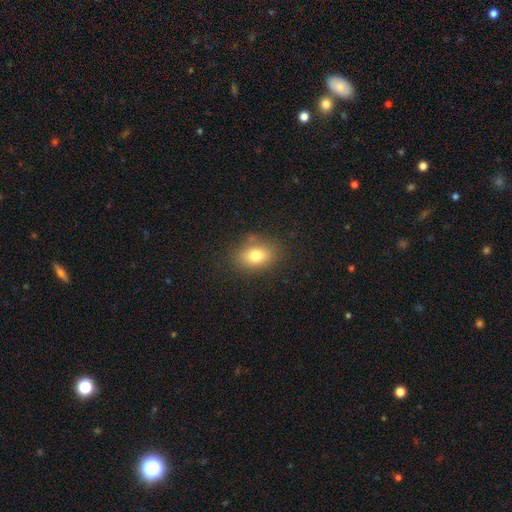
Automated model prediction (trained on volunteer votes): smooth_or_featured: smooth (p=0.77) [alt: featured or disk p=0.12]
how_rounded: in between (p=0.68) [alt: round p=0.30]
merging: none (p=0.80) [alt: minor disturbance p=0.13]